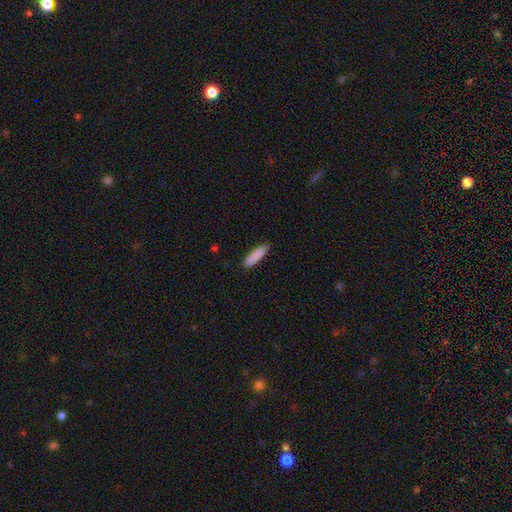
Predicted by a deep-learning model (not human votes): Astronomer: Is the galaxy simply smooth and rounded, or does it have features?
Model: smooth — 87%.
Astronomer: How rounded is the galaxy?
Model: cigar-shaped — 79%.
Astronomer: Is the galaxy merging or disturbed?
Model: none — 85%.